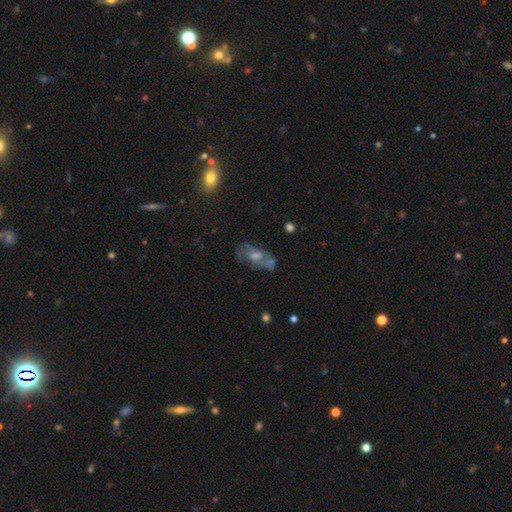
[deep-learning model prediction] Smooth or featured? Predicted: featured or disk (p=0.54). Edge-on disk? Predicted: no (p=0.88). Merging? Predicted: none (p=0.49).